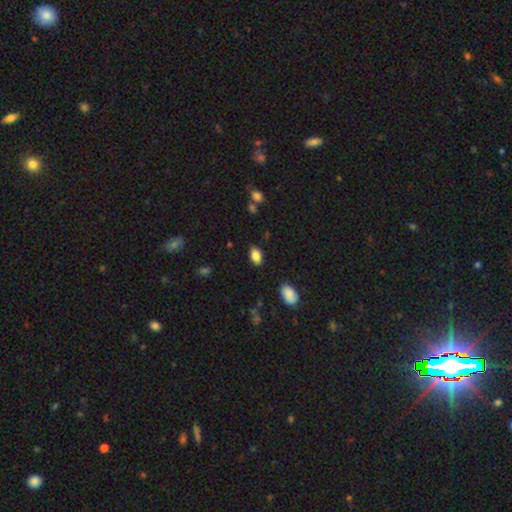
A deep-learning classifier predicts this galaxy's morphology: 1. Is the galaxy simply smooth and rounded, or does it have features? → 84% smooth, 8% star or artifact, 7% featured or disk.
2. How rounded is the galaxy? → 90% in between, 8% round, 2% cigar-shaped.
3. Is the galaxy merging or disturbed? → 84% none, 12% minor disturbance, 3% major disturbance, 2% merger.